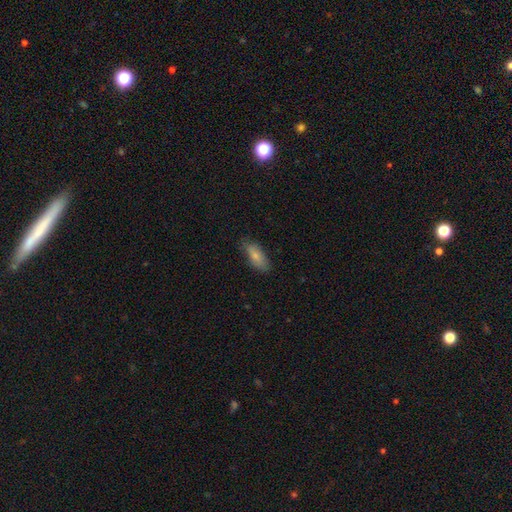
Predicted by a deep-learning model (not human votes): Smooth or featured? Predicted: smooth (p=0.80). How rounded? Predicted: in between (p=0.81). Merging? Predicted: none (p=0.71).